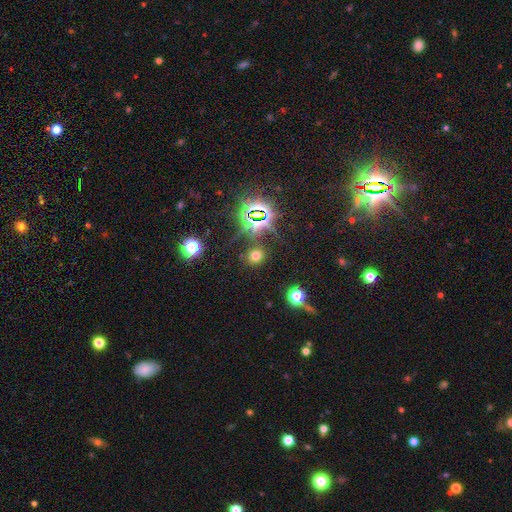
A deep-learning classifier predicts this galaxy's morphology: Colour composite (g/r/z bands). It shows a smooth galaxy with no disk features (60%) that is round (82%). Merging: none (85%).